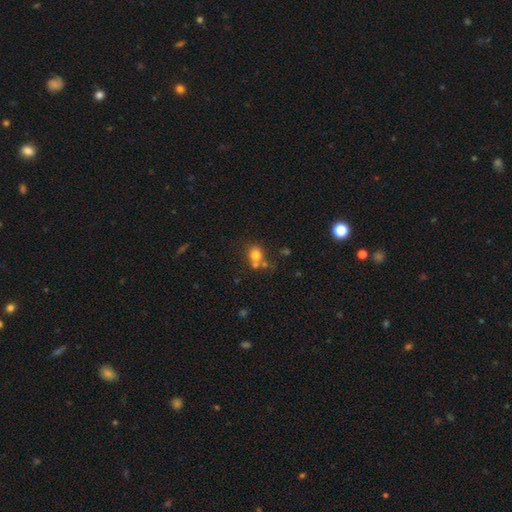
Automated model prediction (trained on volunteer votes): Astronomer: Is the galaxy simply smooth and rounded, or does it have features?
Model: smooth — 76%.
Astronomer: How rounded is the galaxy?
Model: round — 78%.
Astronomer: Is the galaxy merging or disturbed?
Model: none — 51% (runner-up: merger, 34%).